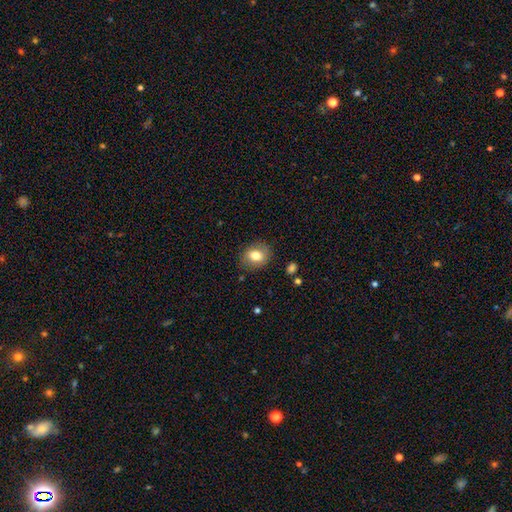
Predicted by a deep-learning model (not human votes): Smooth or featured: smooth — 77% (featured or disk — 15%)
How rounded: round — 54% (in between — 46%)
Merging: none — 83% (minor disturbance — 12%)